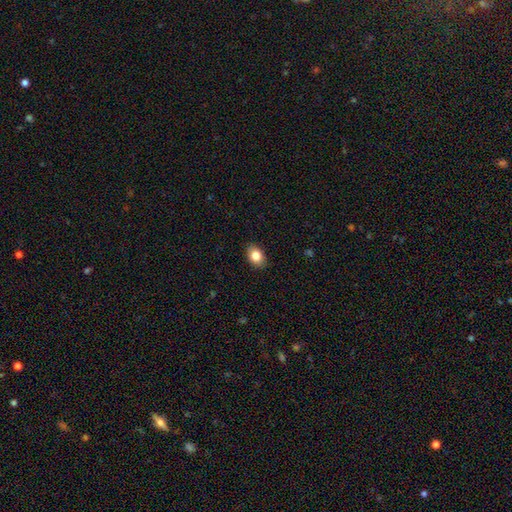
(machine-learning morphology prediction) smooth-or-featured: smooth: 84% | star or artifact: 8% | featured or disk: 7%
  how-rounded: in between: 78% | round: 21% | cigar-shaped: 1%
  merging: none: 88% | minor disturbance: 9% | major disturbance: 2% | merger: 1%